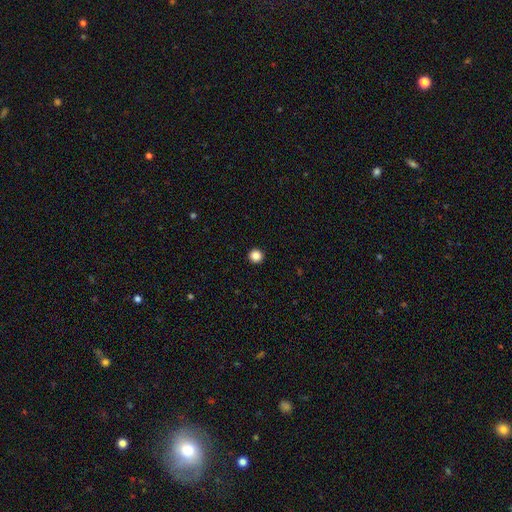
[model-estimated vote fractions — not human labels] Smooth or featured? Predicted: smooth (p=0.86). How rounded? Predicted: round (p=0.96). Merging? Predicted: none (p=0.94).